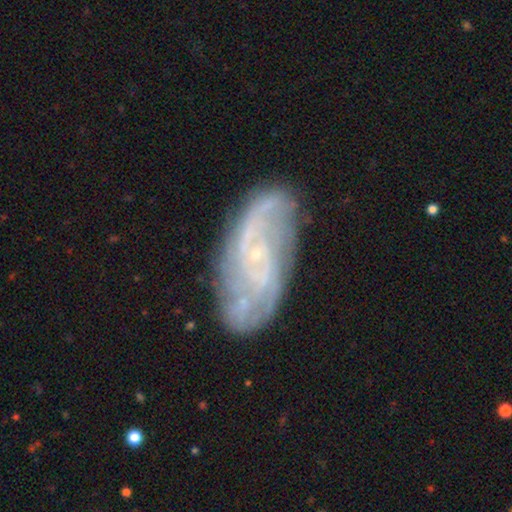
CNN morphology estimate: Smooth or featured? Predicted: featured or disk (p=0.80). Edge-on disk? Predicted: no (p=0.94). Bar? Predicted: no (p=0.65). Spiral arms? Predicted: yes (p=0.90). Spiral winding? Predicted: medium (p=0.40). Spiral arm count? Predicted: can't tell (p=0.34). Bulge size? Predicted: small (p=0.85). Merging? Predicted: none (p=0.74).